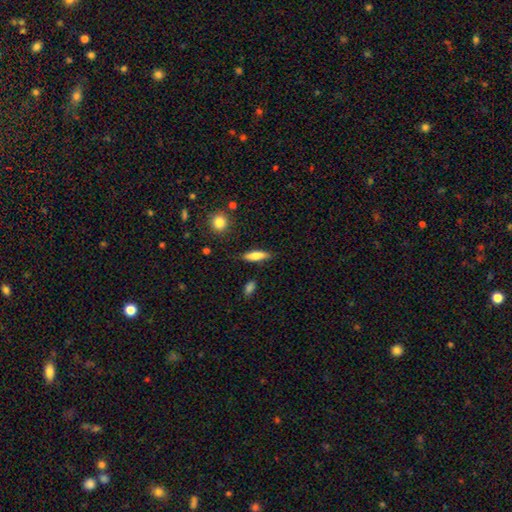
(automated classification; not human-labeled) smooth 79%, featured or disk 14%, star or artifact 7%. Down the decision tree: how rounded — cigar-shaped (56%); merging — none (82%).